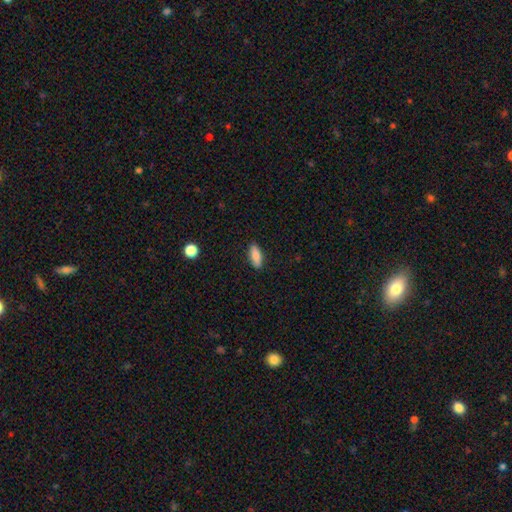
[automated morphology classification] smooth 84%, featured or disk 9%, star or artifact 7%. Down the decision tree: how rounded — in between (72%); merging — none (89%).